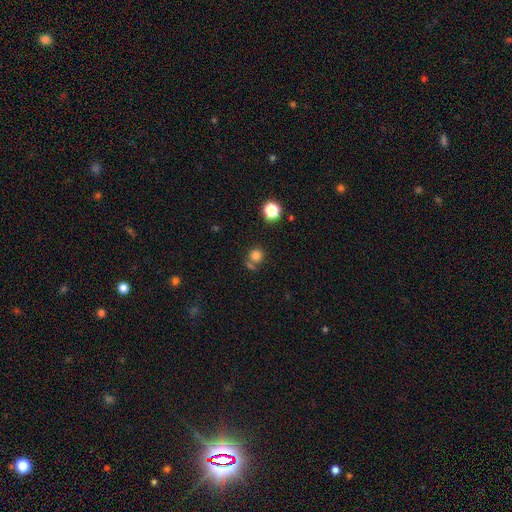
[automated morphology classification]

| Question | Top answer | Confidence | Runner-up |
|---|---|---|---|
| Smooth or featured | smooth | 78% | star or artifact (15%) |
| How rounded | round | 90% | in between (9%) |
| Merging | none | 62% | merger (22%) |